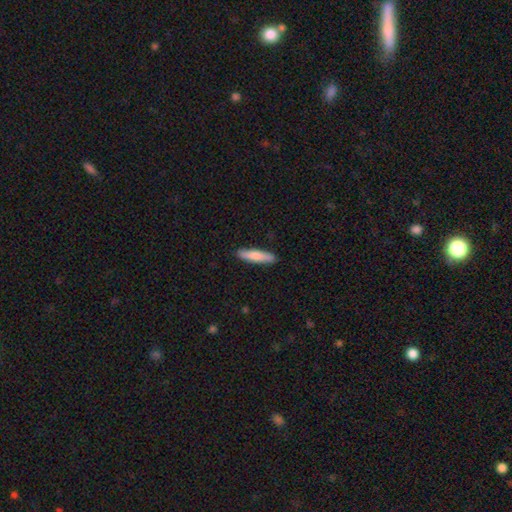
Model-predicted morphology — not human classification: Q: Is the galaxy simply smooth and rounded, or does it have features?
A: smooth — 78%.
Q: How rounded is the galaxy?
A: cigar-shaped — 82%.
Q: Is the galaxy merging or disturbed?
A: none — 90%.